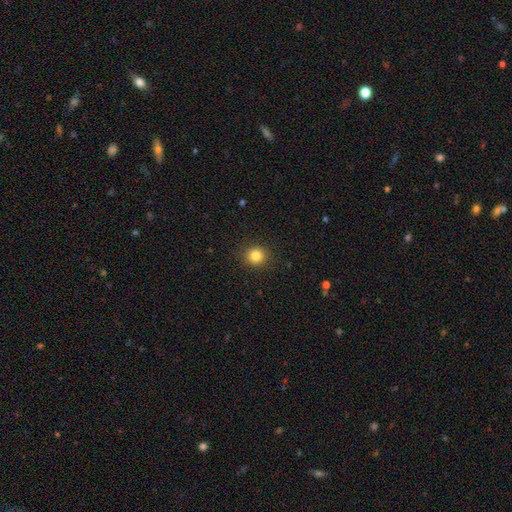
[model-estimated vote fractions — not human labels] smooth_or_featured: smooth (p=0.84) [alt: star or artifact p=0.11]
how_rounded: round (p=0.89) [alt: in between p=0.10]
merging: none (p=0.90) [alt: minor disturbance p=0.06]